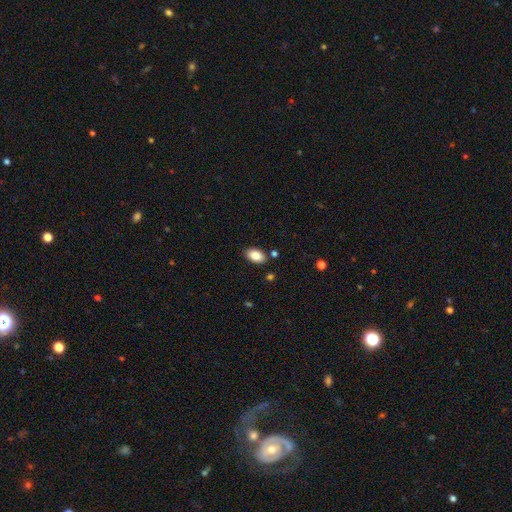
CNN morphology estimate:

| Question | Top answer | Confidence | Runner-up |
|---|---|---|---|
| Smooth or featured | smooth | 86% | star or artifact (7%) |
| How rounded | in between | 92% | round (7%) |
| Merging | none | 85% | minor disturbance (10%) |